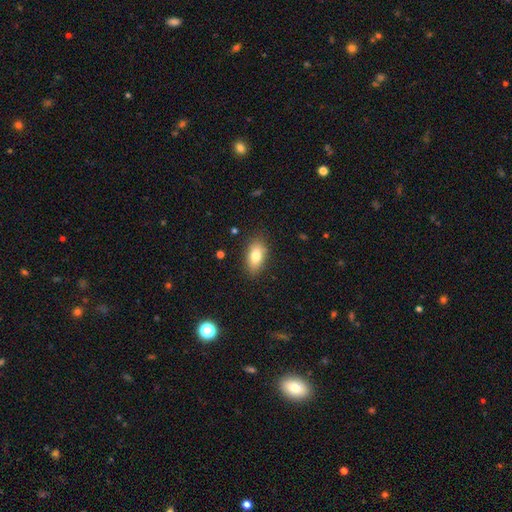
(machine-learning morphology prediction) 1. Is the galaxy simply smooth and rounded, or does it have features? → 80% smooth, 12% featured or disk, 8% star or artifact.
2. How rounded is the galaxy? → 90% in between, 6% round, 5% cigar-shaped.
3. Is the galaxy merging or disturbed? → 84% none, 12% minor disturbance, 3% major disturbance, 1% merger.